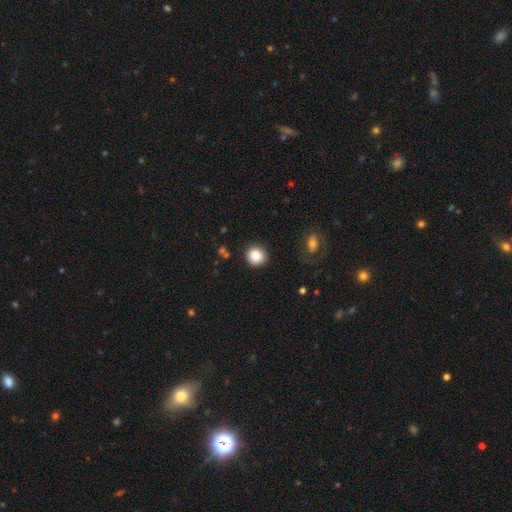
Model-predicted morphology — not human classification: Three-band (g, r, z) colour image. It shows a smooth galaxy with no disk features (86%) that is round (92%). Merging: none (90%).